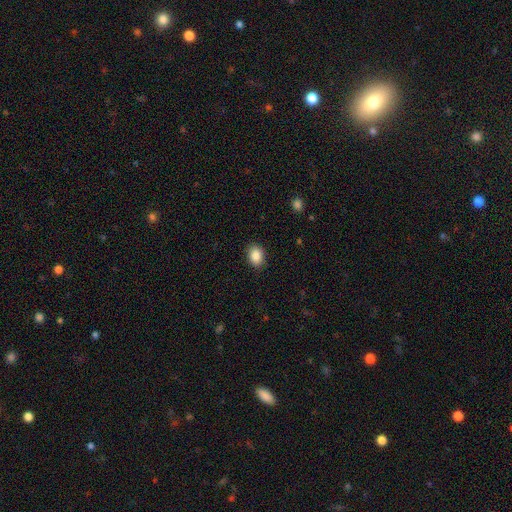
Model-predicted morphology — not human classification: smooth-or-featured: smooth: 88% | star or artifact: 8% | featured or disk: 4%
  how-rounded: in between: 73% | round: 26% | cigar-shaped: 1%
  merging: none: 89% | minor disturbance: 8% | major disturbance: 2% | merger: 1%